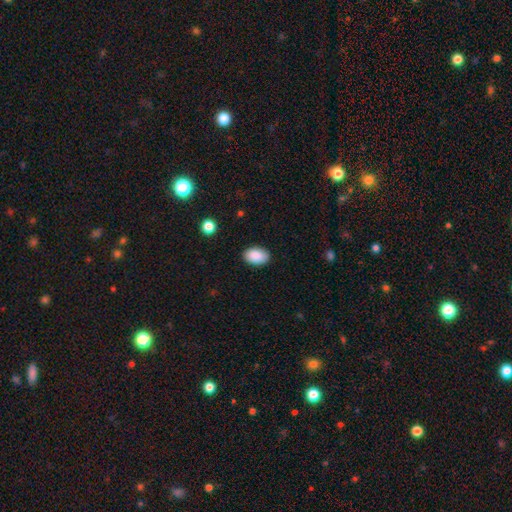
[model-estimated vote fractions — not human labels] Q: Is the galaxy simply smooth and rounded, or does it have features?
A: smooth — 90%.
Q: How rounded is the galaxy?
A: in between — 90%.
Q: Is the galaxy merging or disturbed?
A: none — 87%.